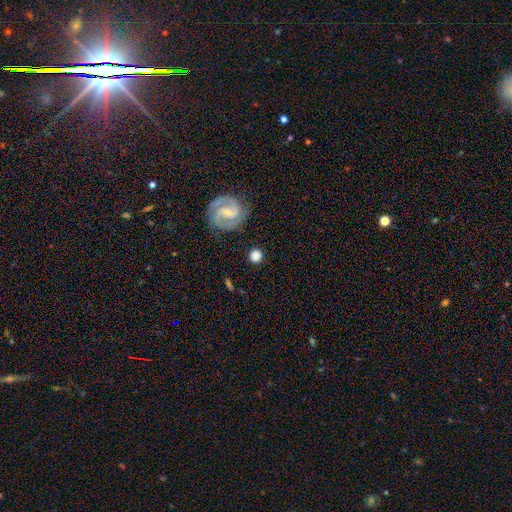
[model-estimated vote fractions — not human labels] A smooth galaxy with no disk features (55%) that is round (90%).

Vote fractions:
- Smooth or featured? smooth: 55% / featured or disk: 35% / star or artifact: 10%
- How rounded? round: 90% / in between: 8% / cigar-shaped: 2%
- Merging? none: 84% / minor disturbance: 9% / major disturbance: 4% / merger: 3%